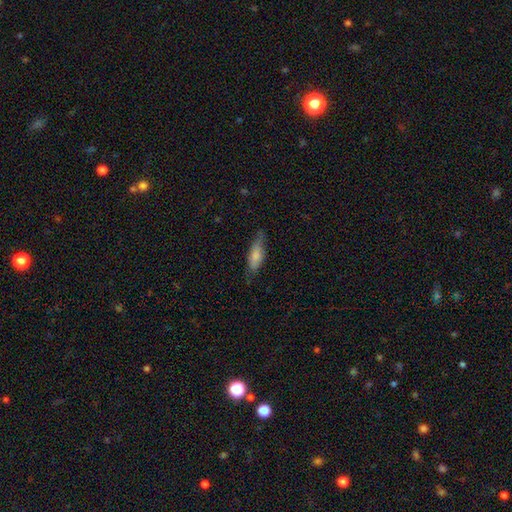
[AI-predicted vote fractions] This is likely a smooth galaxy (77%). How rounded: possibly in between (59%). Merging: likely none (64%).